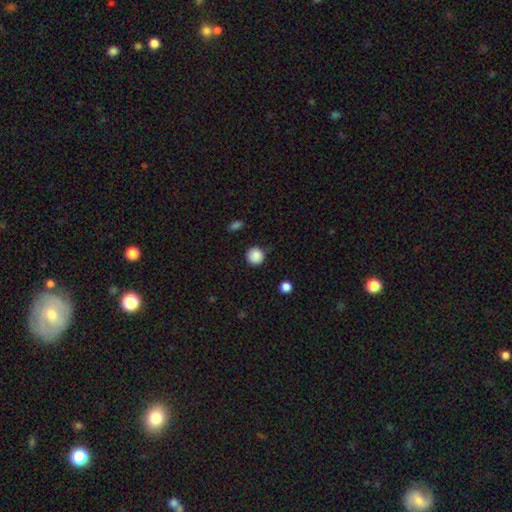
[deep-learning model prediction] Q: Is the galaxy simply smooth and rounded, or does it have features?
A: smooth — 88%.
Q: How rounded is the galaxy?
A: round — 94%.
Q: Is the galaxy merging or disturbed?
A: none — 85%.